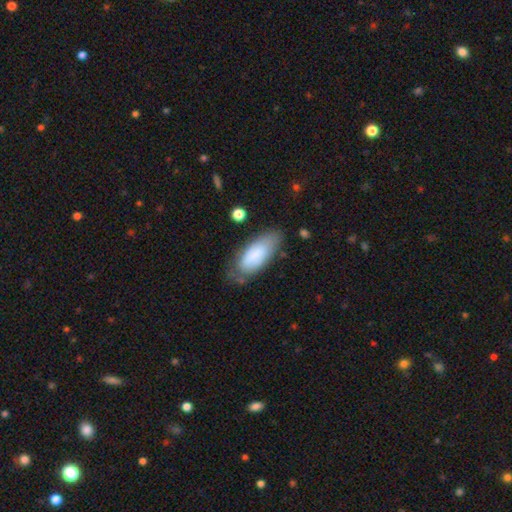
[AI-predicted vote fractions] smooth-or-featured: smooth: 79% | featured or disk: 15% | star or artifact: 6%
  how-rounded: in between: 83% | cigar-shaped: 15% | round: 2%
  merging: none: 63% | minor disturbance: 27% | major disturbance: 8% | merger: 3%